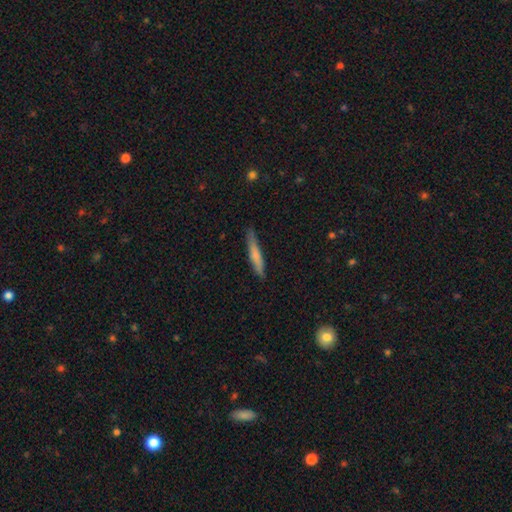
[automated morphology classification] A smooth galaxy with no disk features (67%) that is cigar-shaped (93%). Merging: none (83%).